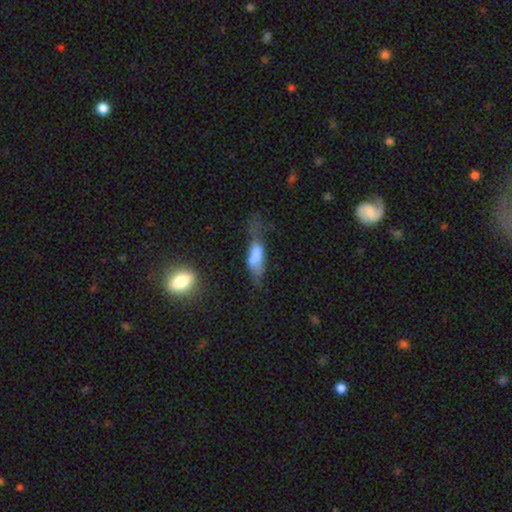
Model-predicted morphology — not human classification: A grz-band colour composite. It shows a smooth galaxy with no disk features (62%) that is in between round and cigar-shaped (64%). Merging: major disturbance (41%).